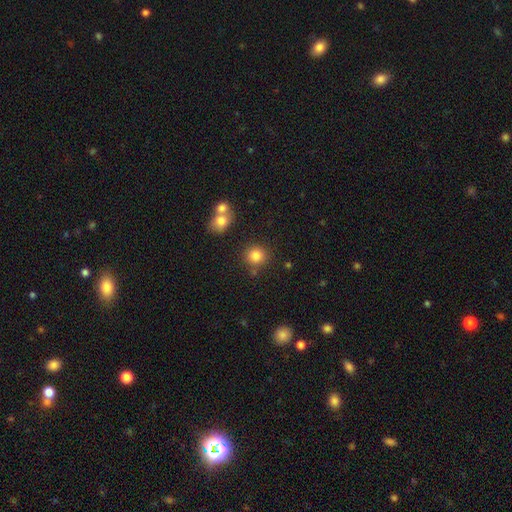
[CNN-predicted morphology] Overall: smooth (82%). How rounded: round (90%). Merging: none (78%).